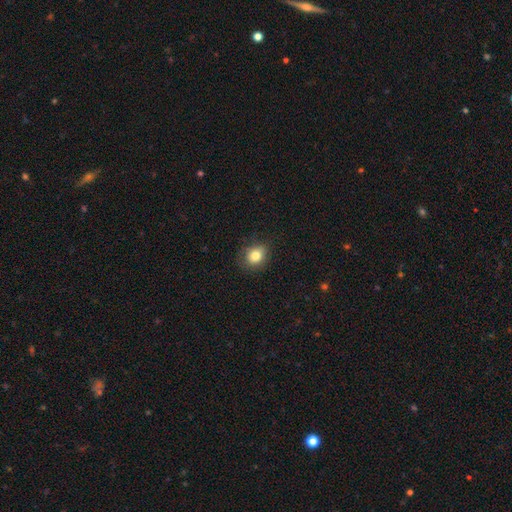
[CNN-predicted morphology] Smooth or featured: smooth — 81% (star or artifact — 10%)
How rounded: round — 58% (in between — 41%)
Merging: none — 78% (minor disturbance — 17%)